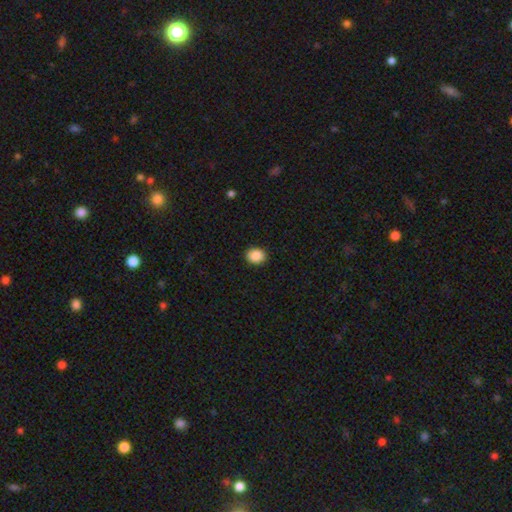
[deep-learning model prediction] The model was most divided on "how rounded": round: 59%, in between: 40%, cigar-shaped: 1%. More confident: merging — none (92%); smooth or featured — smooth (89%).